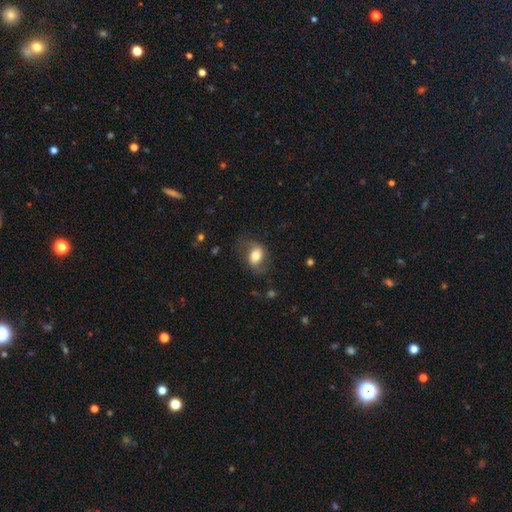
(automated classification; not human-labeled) A smooth galaxy with no disk features (57%) that is in between round and cigar-shaped (72%).

Vote fractions:
- Smooth or featured? smooth: 57% / featured or disk: 35% / star or artifact: 8%
- How rounded? in between: 72% / round: 26% / cigar-shaped: 2%
- Merging? none: 63% / minor disturbance: 21% / major disturbance: 15% / merger: 1%